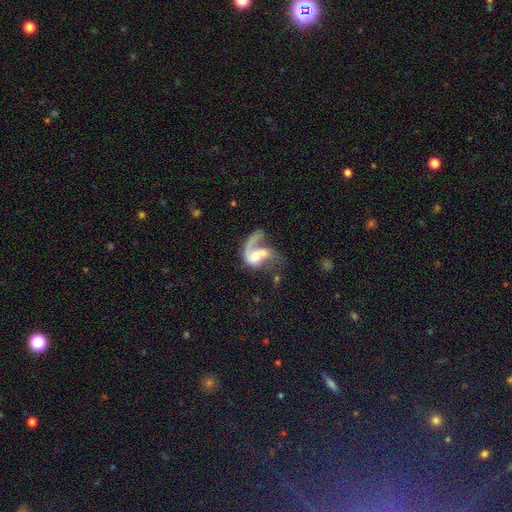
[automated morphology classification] Smooth or featured: featured or disk — 76% (smooth — 17%)
Edge-on disk: no — 98% (yes — 2%)
Bar: no — 56% (weak — 34%)
Spiral arms: yes — 85% (no — 15%)
Spiral winding: loose — 59% (medium — 31%)
Spiral arm count: 1 — 73% (2 — 19%)
Bulge size: moderate — 47% (small — 25%)
Merging: major disturbance — 39% (merger — 29%)